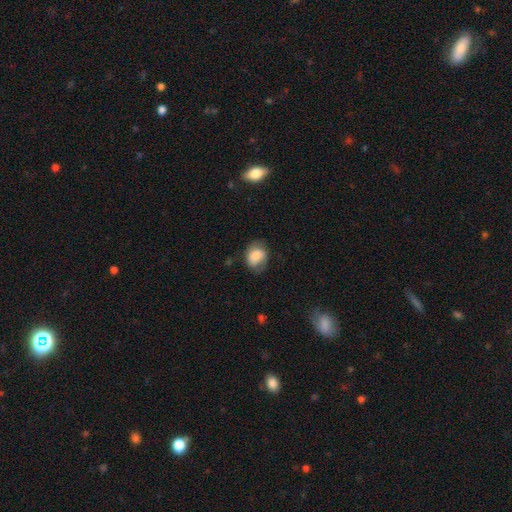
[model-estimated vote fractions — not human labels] A smooth galaxy with no disk features (75%) that is in between round and cigar-shaped (57%).

Vote fractions:
- Smooth or featured? smooth: 75% / featured or disk: 16% / star or artifact: 8%
- How rounded? in between: 57% / round: 42% / cigar-shaped: 1%
- Merging? none: 58% / minor disturbance: 28% / major disturbance: 12% / merger: 2%